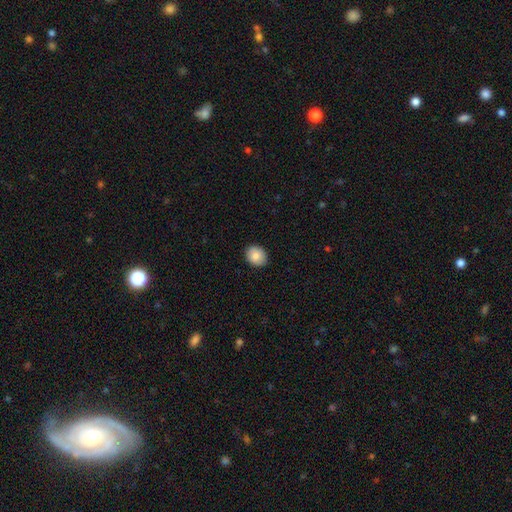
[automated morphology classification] type=smooth (84%); roundness=round (63%); merging=none (89%).